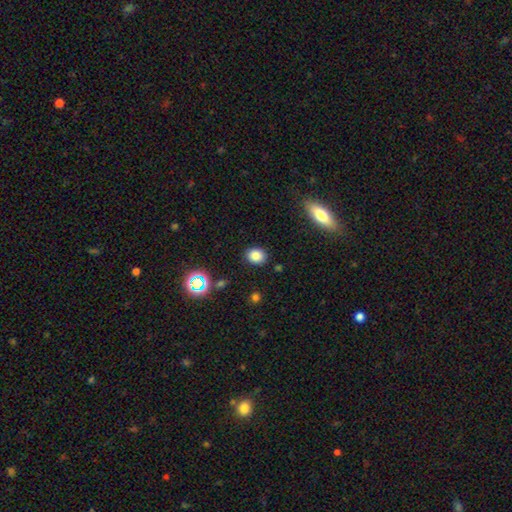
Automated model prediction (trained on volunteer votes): Smooth or featured?
  - smooth: 81% *
  - star or artifact: 13%
  - featured or disk: 6%
How rounded?
  - round: 51% *
  - in between: 48%
  - cigar-shaped: 1%
Merging?
  - none: 87% *
  - minor disturbance: 9%
  - major disturbance: 3%
  - merger: 2%